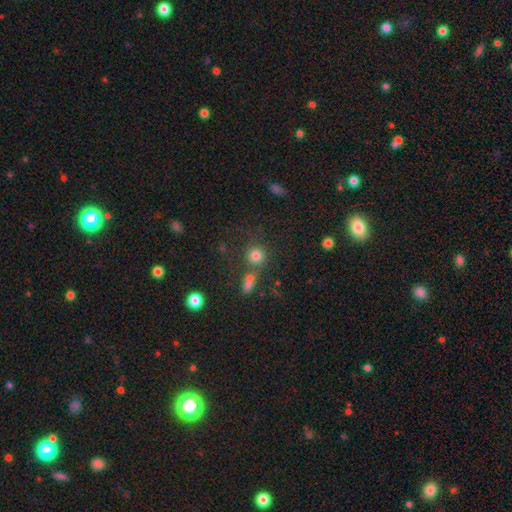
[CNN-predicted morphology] The model was most divided on "merging": none: 67%, merger: 18%, minor disturbance: 10%, major disturbance: 5%. More confident: how rounded — round (89%); smooth or featured — smooth (77%).